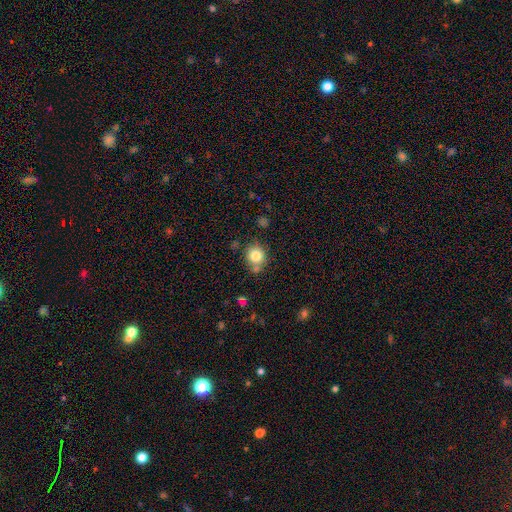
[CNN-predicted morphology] A smooth galaxy with no disk features (82%) that is round (81%). Merging: none (70%).